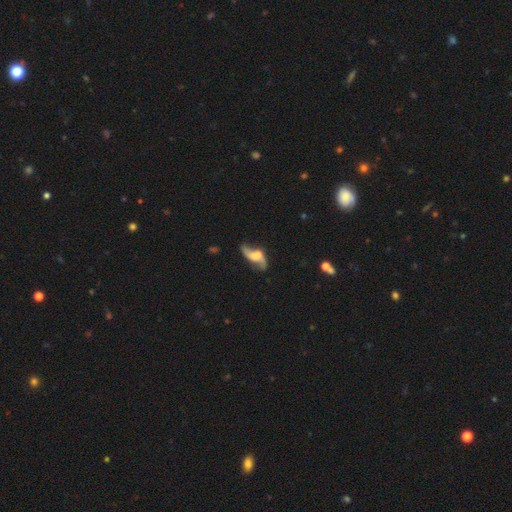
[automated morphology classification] This is likely a featured or disk galaxy (74%). It is clearly not viewed edge-on (92%). Bar: possibly no (56%). Spiral arm pattern: clearly yes (89%). Spiral arm count: clearly 2 (89%). Spiral winding: clearly loose (83%). Central bulge: marginally none (39%). Merging: possibly none (53%).